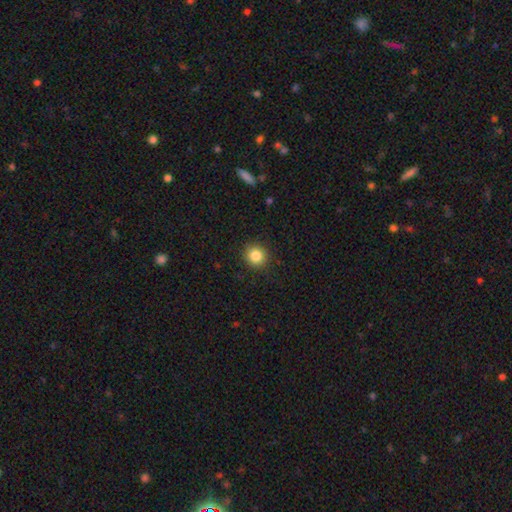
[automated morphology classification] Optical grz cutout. It shows a smooth galaxy with no disk features (85%) that is round (90%). Merging: none (91%).